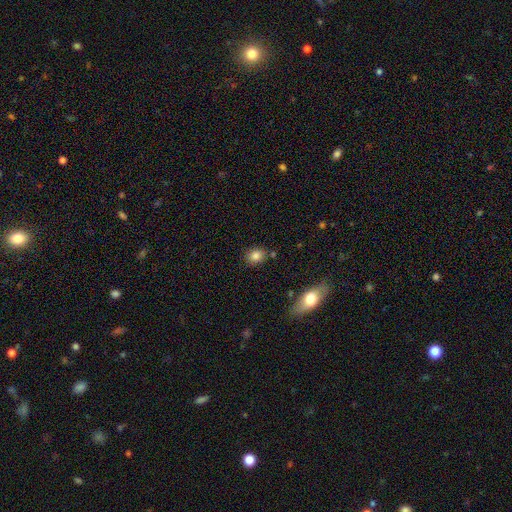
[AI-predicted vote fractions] Overall: smooth (83%). How rounded: round (56%; in between 43%). Merging: none (80%).